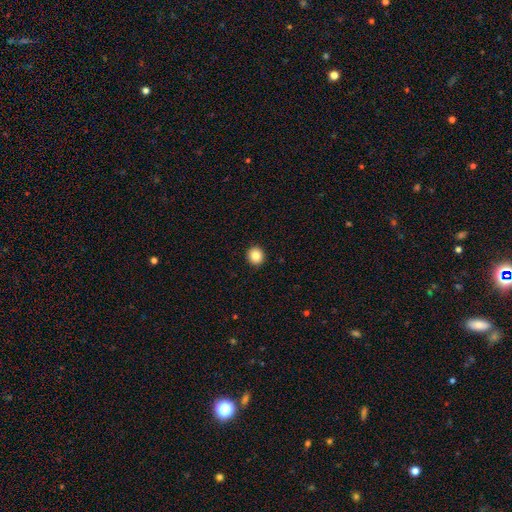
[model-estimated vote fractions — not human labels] smooth 85%, star or artifact 9%, featured or disk 5%. Down the decision tree: how rounded — round (86%); merging — none (93%).